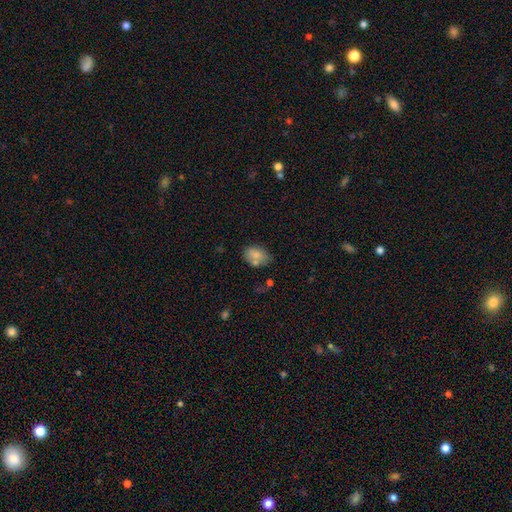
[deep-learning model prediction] A smooth galaxy with no disk features (77%) that is in between round and cigar-shaped (83%). Merging: none (56%).